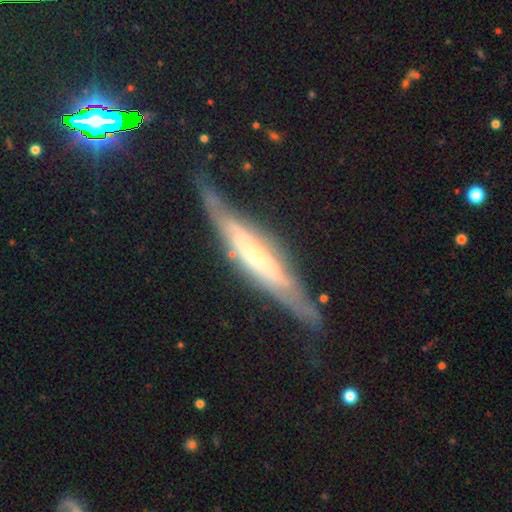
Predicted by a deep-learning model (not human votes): Q: Smooth or featured?
A: featured or disk (76%); runner-up: smooth (18%)
Q: Edge-on disk?
A: yes (76%); runner-up: no (24%)
Q: Edge-on bulge?
A: rounded (48%); runner-up: none (35%)
Q: Merging?
A: none (69%); runner-up: minor disturbance (20%)